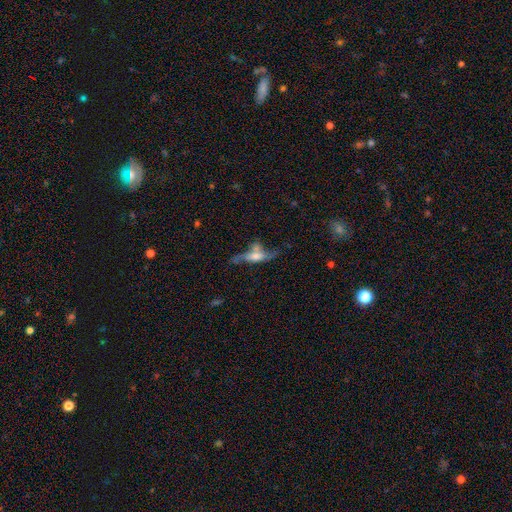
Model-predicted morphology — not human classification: featured or disk 58%, smooth 32%, star or artifact 10%. Down the decision tree: edge-on disk — no (53%); merging — none (34%).